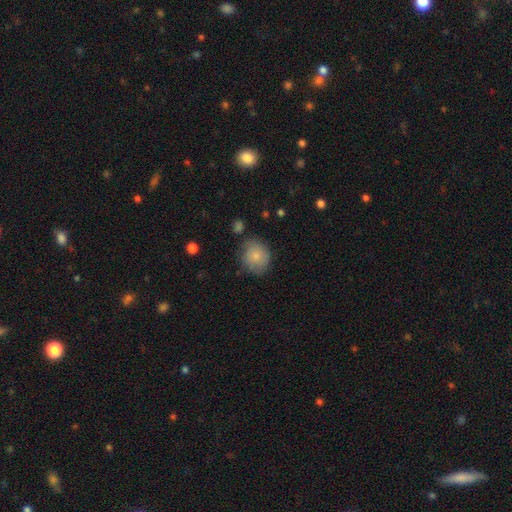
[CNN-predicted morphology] smooth 78%, featured or disk 15%, star or artifact 7%. Down the decision tree: how rounded — round (76%); merging — none (69%).